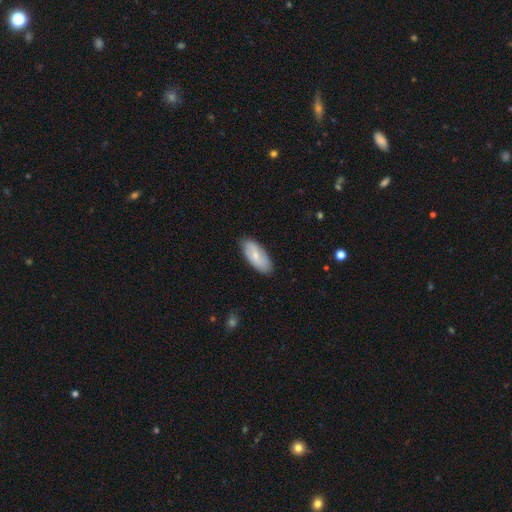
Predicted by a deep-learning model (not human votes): Smooth or featured?
  - smooth: 69% *
  - featured or disk: 26%
  - star or artifact: 6%
How rounded?
  - in between: 87% *
  - cigar-shaped: 11%
  - round: 2%
Merging?
  - none: 84% *
  - minor disturbance: 13%
  - major disturbance: 2%
  - merger: 1%